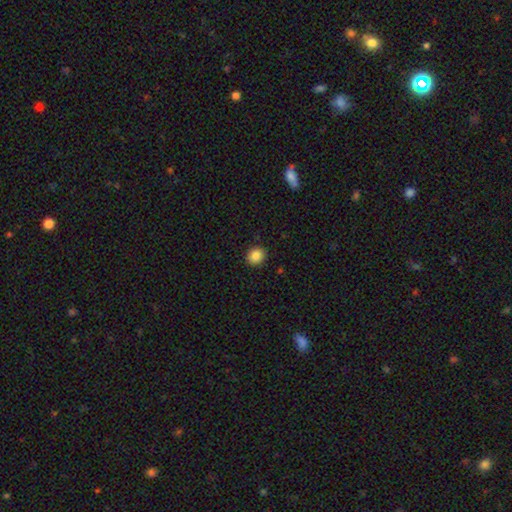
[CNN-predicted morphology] type=smooth (86%); roundness=round (81%); merging=none (91%).